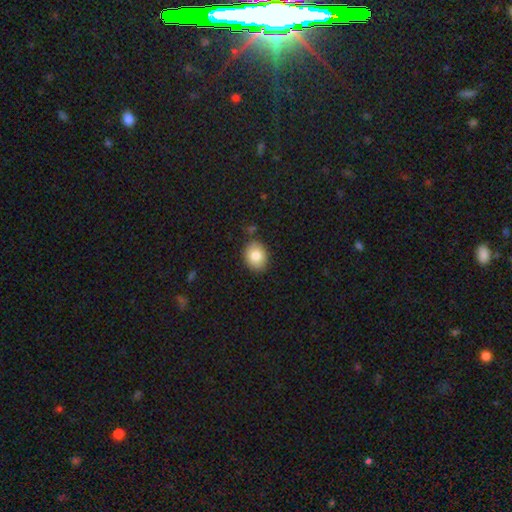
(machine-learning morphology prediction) Smooth or featured? smooth (83%)
How rounded? in between (53%)
Merging? none (85%)